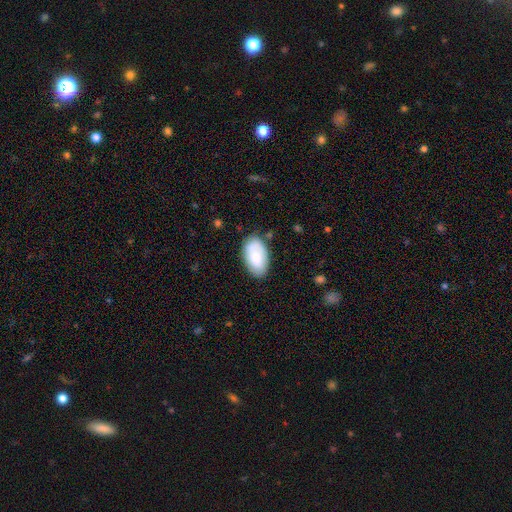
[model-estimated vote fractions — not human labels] Q: Smooth or featured?
A: smooth (76%); runner-up: featured or disk (17%)
Q: How rounded?
A: in between (95%); runner-up: round (4%)
Q: Merging?
A: none (78%); runner-up: minor disturbance (16%)